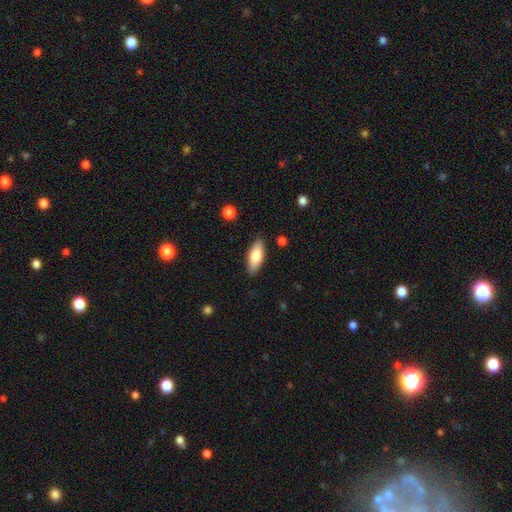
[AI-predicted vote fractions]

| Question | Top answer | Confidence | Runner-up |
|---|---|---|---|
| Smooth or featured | smooth | 77% | featured or disk (17%) |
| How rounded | in between | 75% | cigar-shaped (22%) |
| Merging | none | 87% | minor disturbance (10%) |